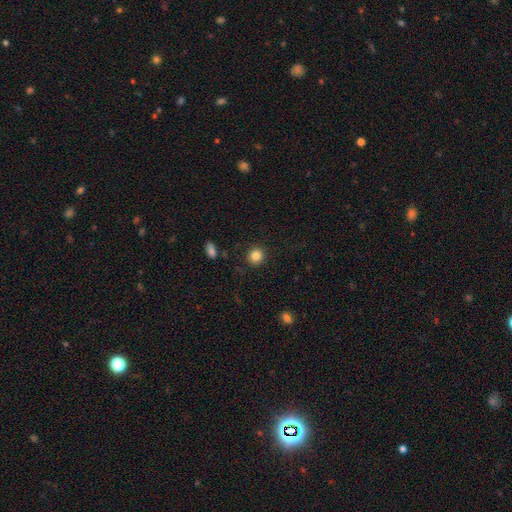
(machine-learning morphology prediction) This is clearly a smooth galaxy (84%). How rounded: clearly round (92%). Merging: clearly none (91%).